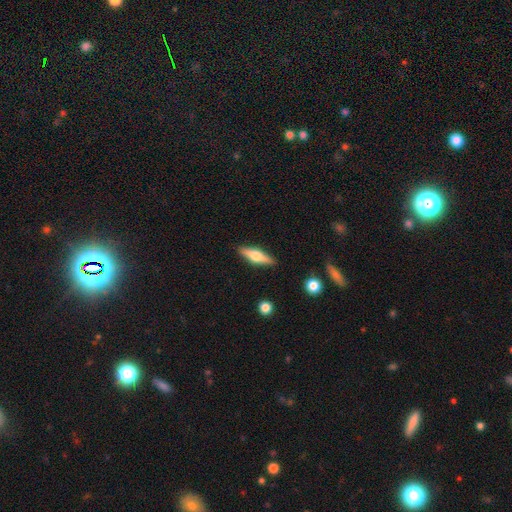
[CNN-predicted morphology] Q: Smooth or featured?
A: featured or disk (55%); runner-up: smooth (39%)
Q: Edge-on disk?
A: yes (94%); runner-up: no (6%)
Q: Edge-on bulge?
A: rounded (93%); runner-up: boxy (5%)
Q: Merging?
A: none (88%); runner-up: minor disturbance (8%)